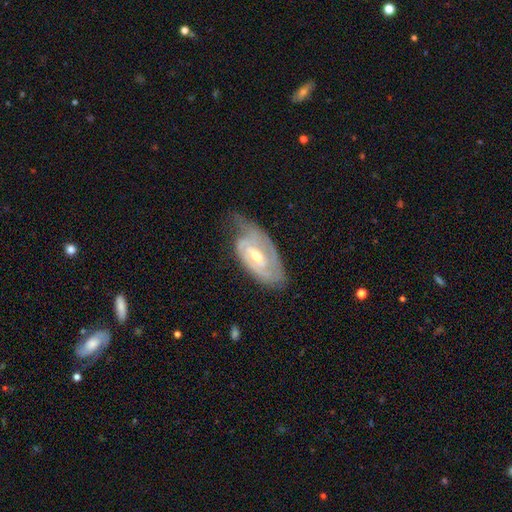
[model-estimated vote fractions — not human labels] featured or disk 82%, smooth 13%, star or artifact 5%. Down the decision tree: edge-on disk — no (93%); bar — weak (50%); spiral arms — yes (90%); spiral arm count — 2 (47%); spiral winding — tight (58%); bulge size — moderate (60%); merging — none (47%).